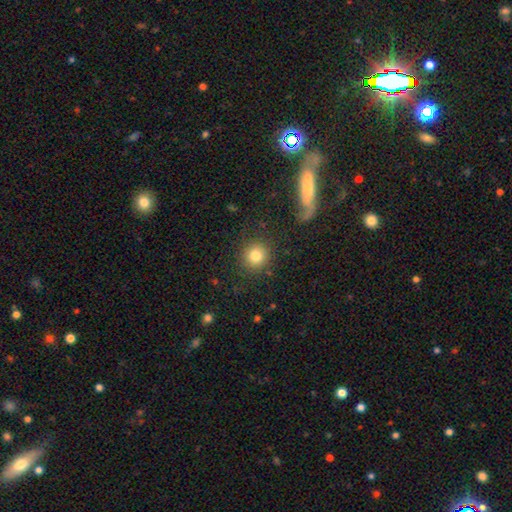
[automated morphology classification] This is clearly a smooth galaxy (80%). How rounded: clearly round (91%). Merging: clearly none (86%).